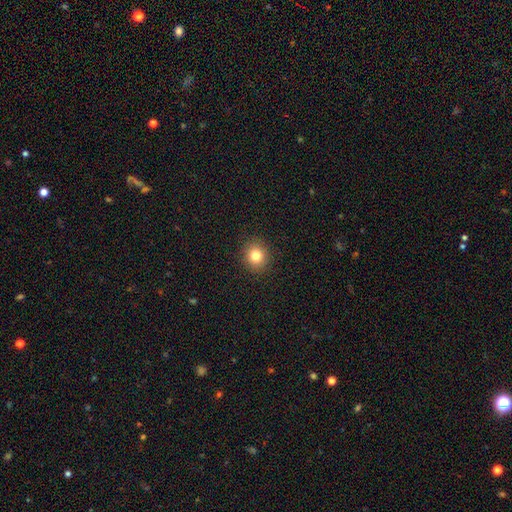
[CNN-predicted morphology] Smooth or featured? smooth (80%)
How rounded? round (87%)
Merging? none (91%)